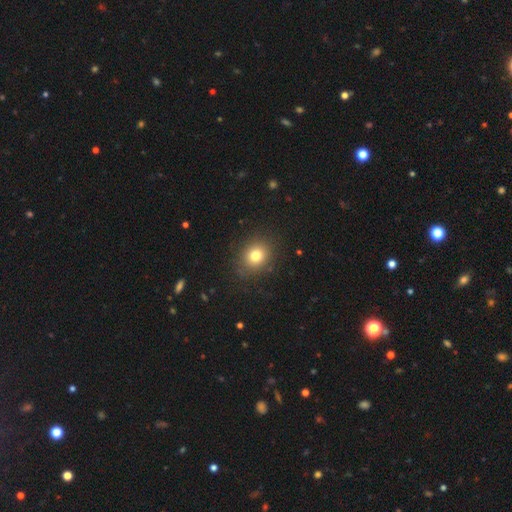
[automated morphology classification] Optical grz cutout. It shows a smooth galaxy with no disk features (78%) that is round (68%). Merging: none (86%).